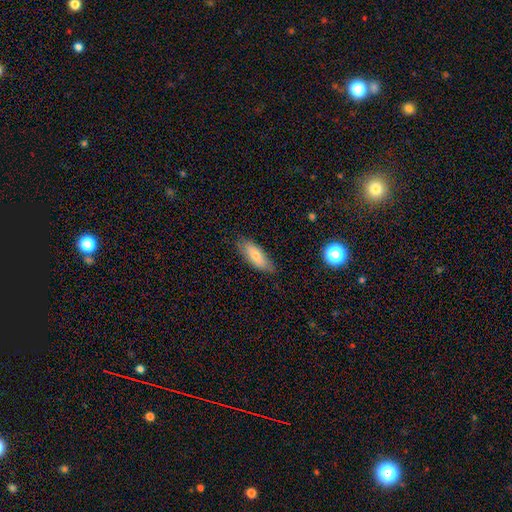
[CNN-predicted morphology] smooth_or_featured: smooth (p=0.74) [alt: featured or disk p=0.20]
how_rounded: in between (p=0.70) [alt: cigar-shaped p=0.28]
merging: none (p=0.79) [alt: minor disturbance p=0.17]